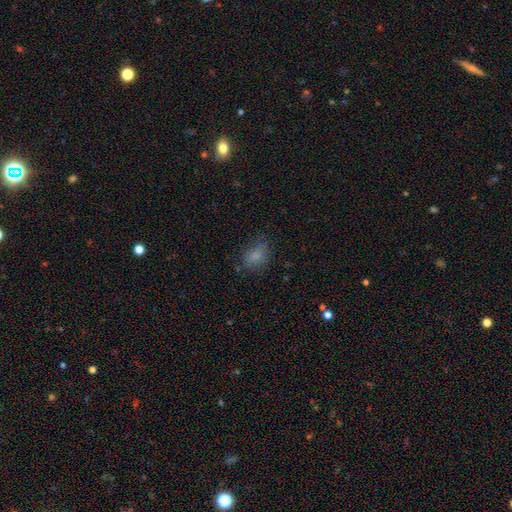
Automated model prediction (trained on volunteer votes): Morphology: type=smooth (79%); roundness=in between (67%); merging=none (71%).